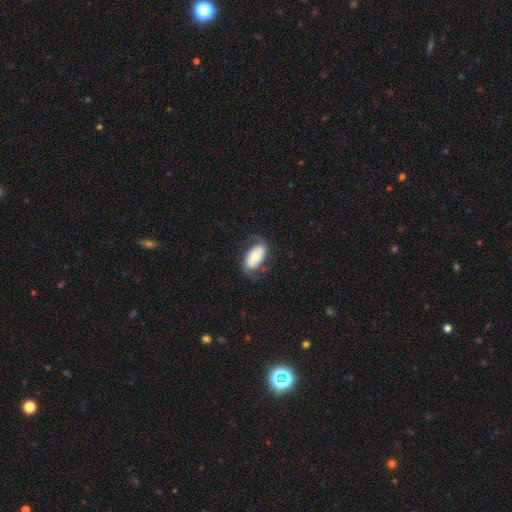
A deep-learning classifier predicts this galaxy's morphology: This is possibly a smooth galaxy (51%). How rounded: clearly in between (93%). Merging: likely none (67%).